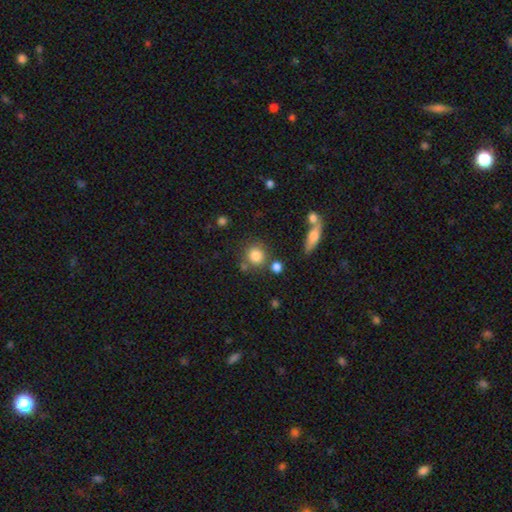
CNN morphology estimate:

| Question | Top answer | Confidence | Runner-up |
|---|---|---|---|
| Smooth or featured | smooth | 82% | star or artifact (11%) |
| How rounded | round | 86% | in between (12%) |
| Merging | none | 70% | merger (14%) |